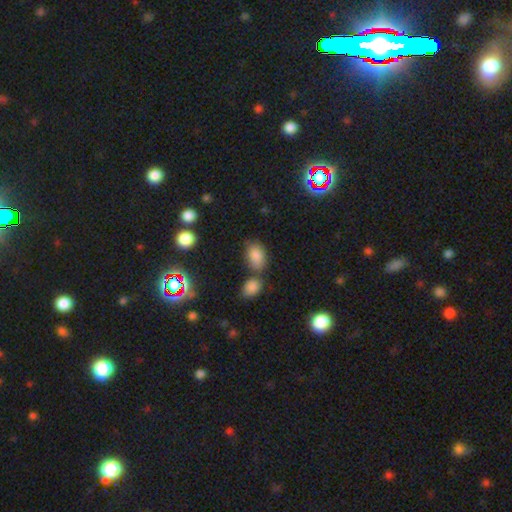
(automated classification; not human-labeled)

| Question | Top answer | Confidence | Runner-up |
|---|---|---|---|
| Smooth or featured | smooth | 82% | star or artifact (11%) |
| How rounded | in between | 86% | round (12%) |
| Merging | none | 60% | merger (18%) |